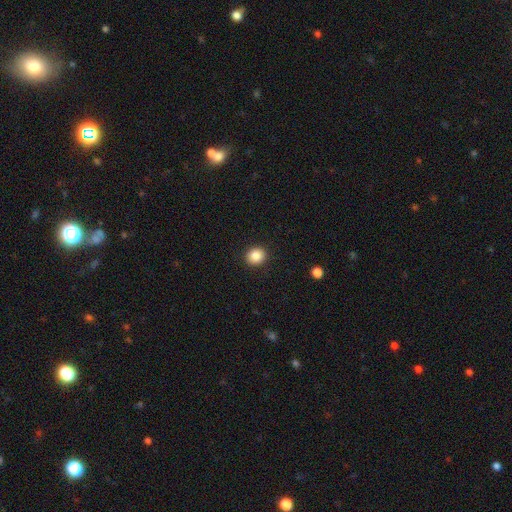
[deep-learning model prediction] This is clearly a smooth galaxy (86%). How rounded: likely round (79%). Merging: clearly none (92%).